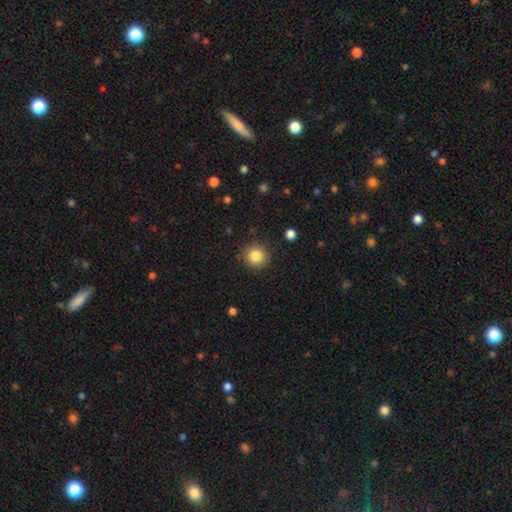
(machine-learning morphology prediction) Overall: smooth (85%). How rounded: round (94%). Merging: none (89%).